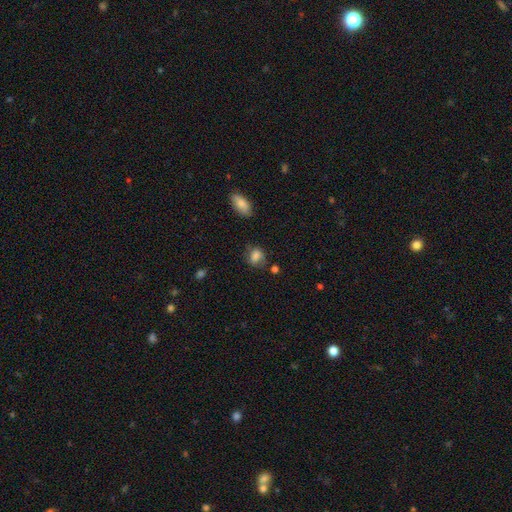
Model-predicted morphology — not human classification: type=smooth (74%); roundness=in between (61%); merging=none (56%).